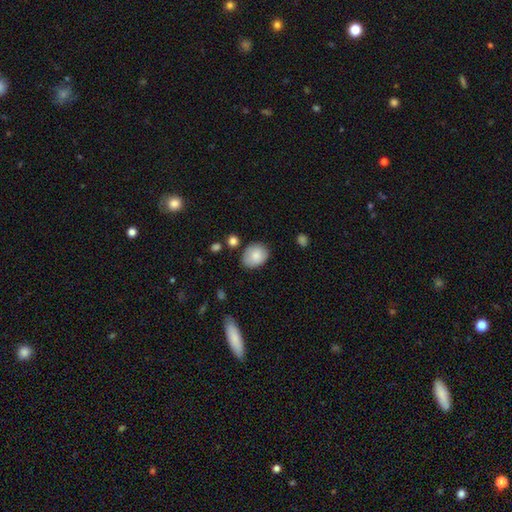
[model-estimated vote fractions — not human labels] Smooth or featured?
  - smooth: 84% *
  - featured or disk: 8%
  - star or artifact: 7%
How rounded?
  - in between: 62% *
  - round: 38%
  - cigar-shaped: 1%
Merging?
  - none: 75% *
  - minor disturbance: 18%
  - major disturbance: 4%
  - merger: 3%